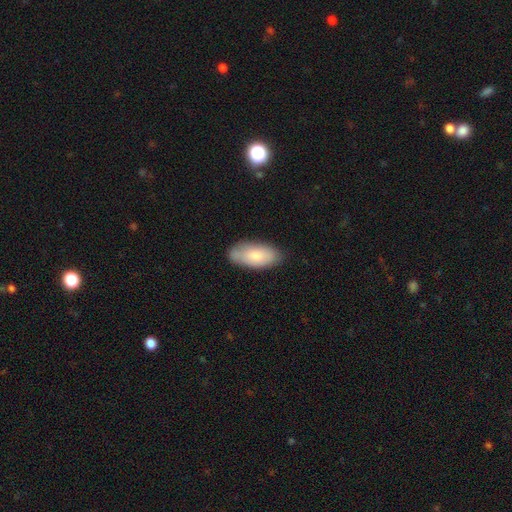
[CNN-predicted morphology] This is likely a smooth galaxy (78%). How rounded: clearly in between (92%). Merging: likely none (75%).